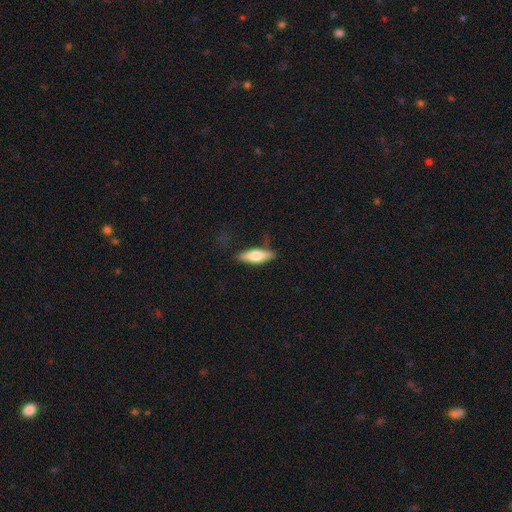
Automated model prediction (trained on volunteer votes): The model was most divided on "how rounded": in between: 54%, cigar-shaped: 43%, round: 3%. More confident: merging — none (74%); smooth or featured — smooth (62%).